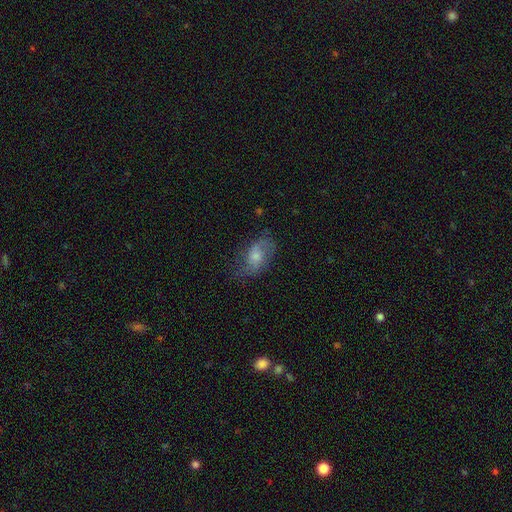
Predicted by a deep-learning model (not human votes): Smooth or featured? Predicted: featured or disk (p=0.55). Edge-on disk? Predicted: no (p=0.94). Bar? Predicted: no (p=0.65). Spiral arms? Predicted: yes (p=0.83). Bulge size? Predicted: moderate (p=0.46). Merging? Predicted: none (p=0.64).